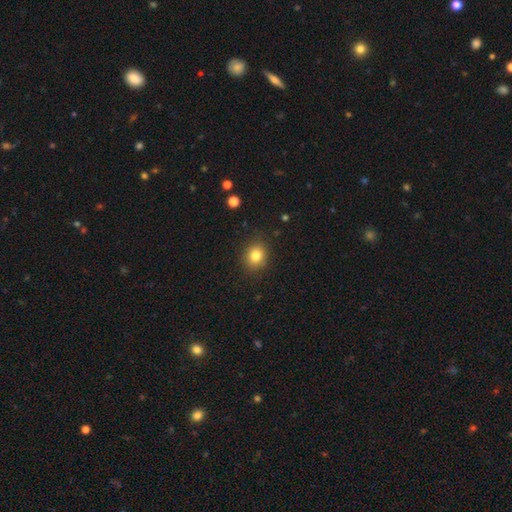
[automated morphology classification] smooth_or_featured: smooth (p=0.81) [alt: star or artifact p=0.12]
how_rounded: round (p=0.71) [alt: in between p=0.29]
merging: none (p=0.88) [alt: minor disturbance p=0.09]